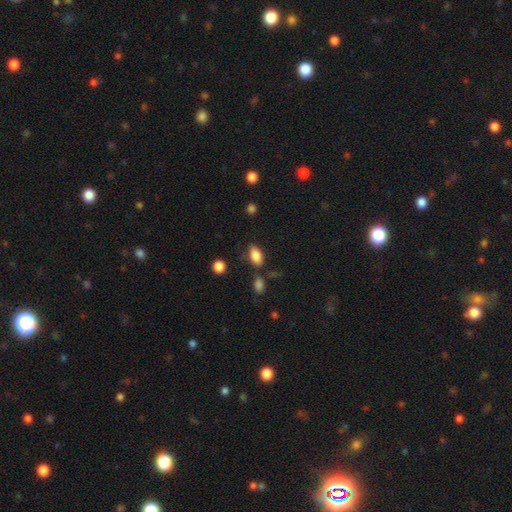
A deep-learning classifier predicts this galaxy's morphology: smooth_or_featured: smooth (p=0.84) [alt: star or artifact p=0.08]
how_rounded: in between (p=0.90) [alt: round p=0.05]
merging: none (p=0.73) [alt: minor disturbance p=0.16]